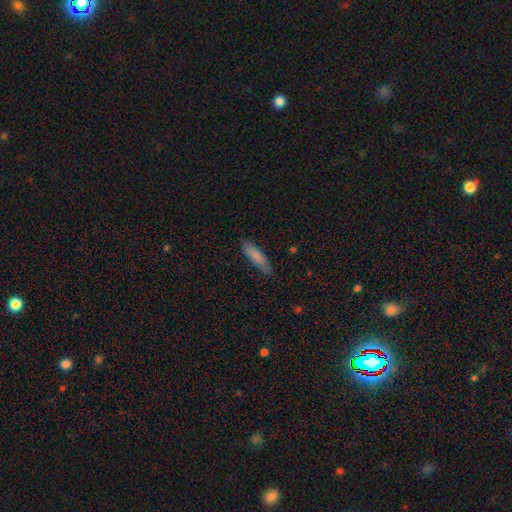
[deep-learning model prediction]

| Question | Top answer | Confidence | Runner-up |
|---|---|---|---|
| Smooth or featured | smooth | 83% | featured or disk (11%) |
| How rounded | cigar-shaped | 70% | in between (28%) |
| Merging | none | 80% | minor disturbance (16%) |